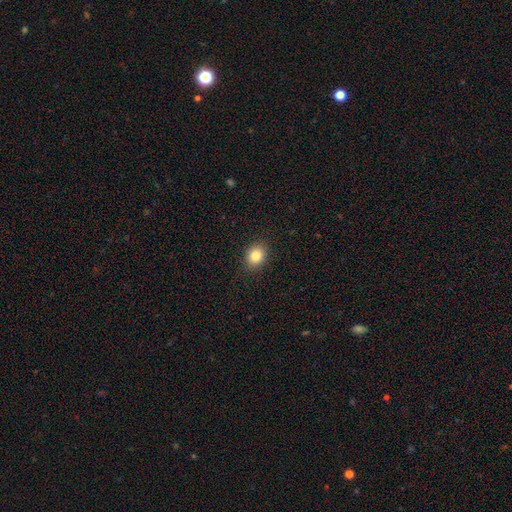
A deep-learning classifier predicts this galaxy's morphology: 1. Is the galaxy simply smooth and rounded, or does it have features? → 84% smooth, 10% star or artifact, 7% featured or disk.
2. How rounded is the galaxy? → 55% round, 44% in between, 1% cigar-shaped.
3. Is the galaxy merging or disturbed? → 90% none, 7% minor disturbance, 2% major disturbance, 1% merger.